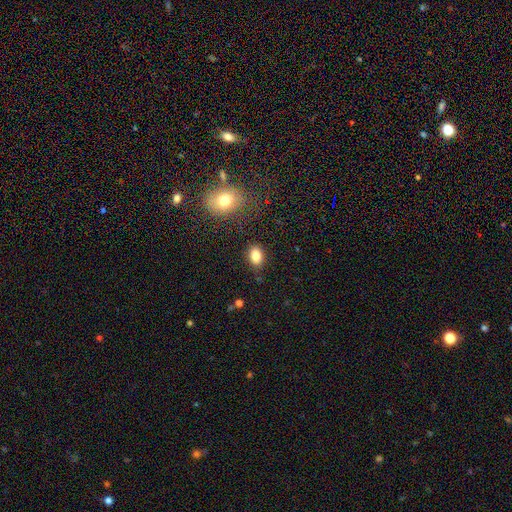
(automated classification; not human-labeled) Smooth or featured: smooth — 85% (star or artifact — 9%)
How rounded: in between — 79% (round — 19%)
Merging: none — 84% (minor disturbance — 11%)